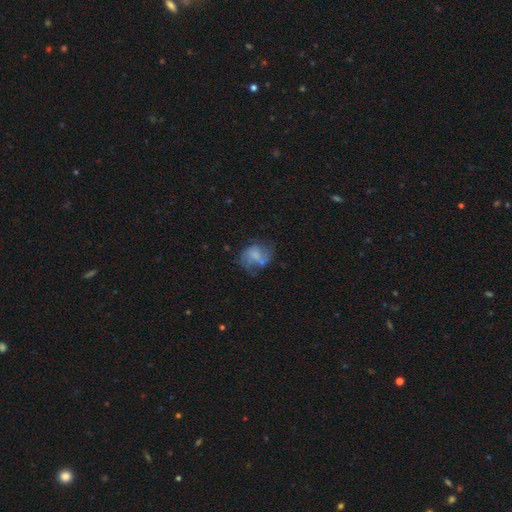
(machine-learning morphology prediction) Overall: smooth (47%; featured or disk 43%). Merging: none (40%; minor disturbance 24%).